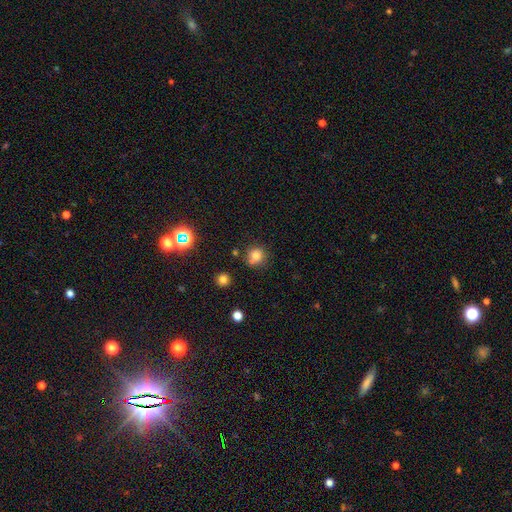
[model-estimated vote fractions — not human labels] The model was most divided on "merging": none: 70%, merger: 15%, minor disturbance: 12%, major disturbance: 4%. More confident: how rounded — round (89%); smooth or featured — smooth (76%).